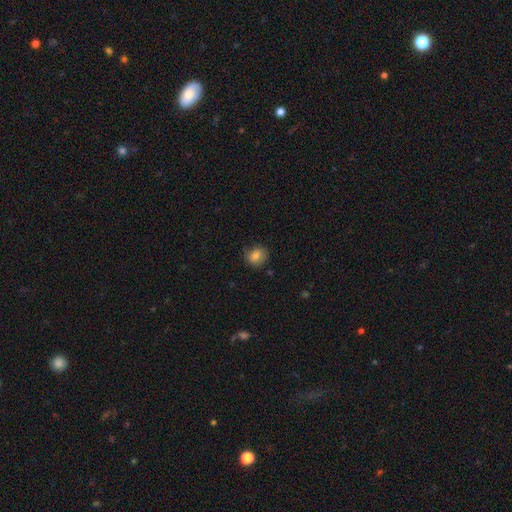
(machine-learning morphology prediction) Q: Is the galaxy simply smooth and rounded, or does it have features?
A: smooth — 81%.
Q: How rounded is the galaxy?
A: round — 73%.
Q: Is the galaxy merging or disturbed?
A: none — 77%.